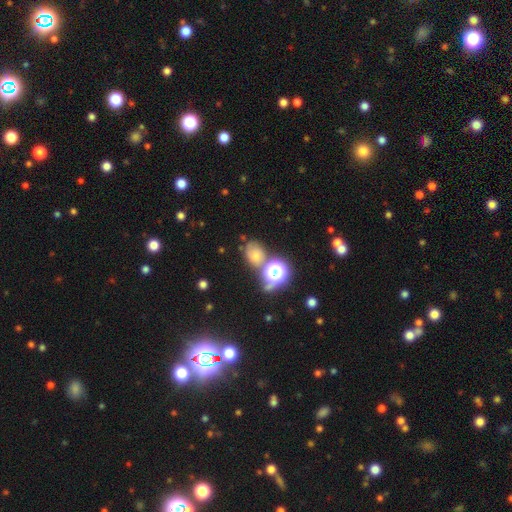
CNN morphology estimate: type=smooth (50%); roundness=round (53%); merging=none (53%).